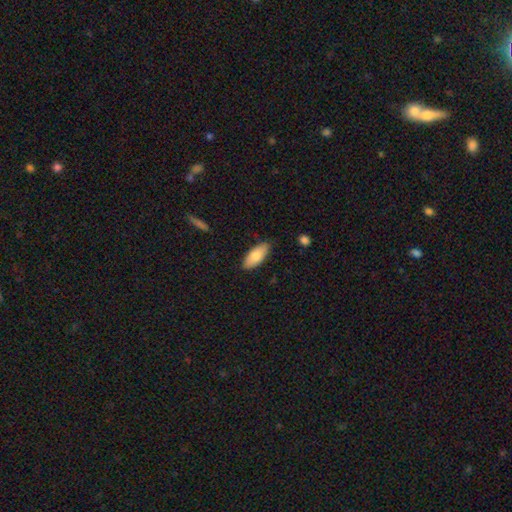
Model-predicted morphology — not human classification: Q: Smooth or featured?
A: smooth (80%); runner-up: featured or disk (14%)
Q: How rounded?
A: in between (85%); runner-up: cigar-shaped (13%)
Q: Merging?
A: none (84%); runner-up: minor disturbance (12%)